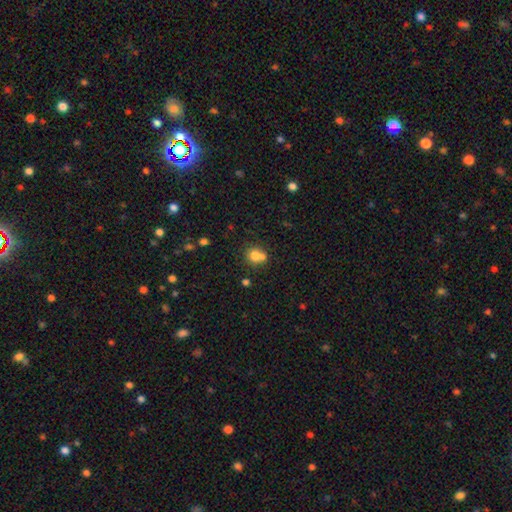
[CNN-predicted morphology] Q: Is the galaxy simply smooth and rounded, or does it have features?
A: smooth — 76%.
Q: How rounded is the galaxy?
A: round — 78%.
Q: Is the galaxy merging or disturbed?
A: none — 43%.